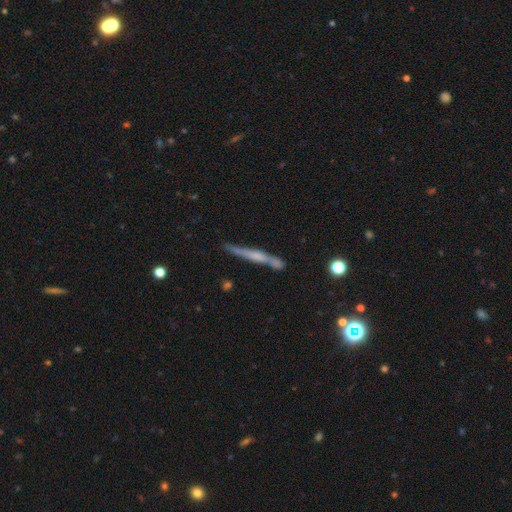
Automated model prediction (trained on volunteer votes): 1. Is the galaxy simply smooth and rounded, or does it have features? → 58% featured or disk, 35% smooth, 8% star or artifact.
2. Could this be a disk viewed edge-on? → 92% yes, 8% no.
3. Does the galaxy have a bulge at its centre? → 38% none, 36% rounded, 26% boxy.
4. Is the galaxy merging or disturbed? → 66% none, 19% minor disturbance, 10% merger, 6% major disturbance.